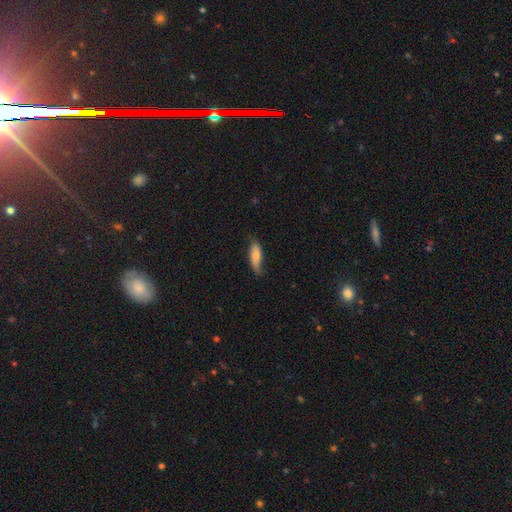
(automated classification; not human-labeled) Q: Smooth or featured?
A: smooth (75%); runner-up: featured or disk (19%)
Q: How rounded?
A: in between (55%); runner-up: cigar-shaped (43%)
Q: Merging?
A: none (66%); runner-up: minor disturbance (28%)